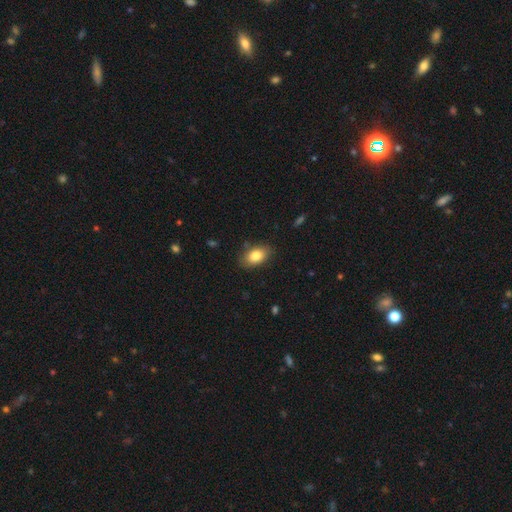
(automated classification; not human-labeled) This appears to be a smooth galaxy with no disk features (83%) that is in between round and cigar-shaped (89%). Merging: none (85%).